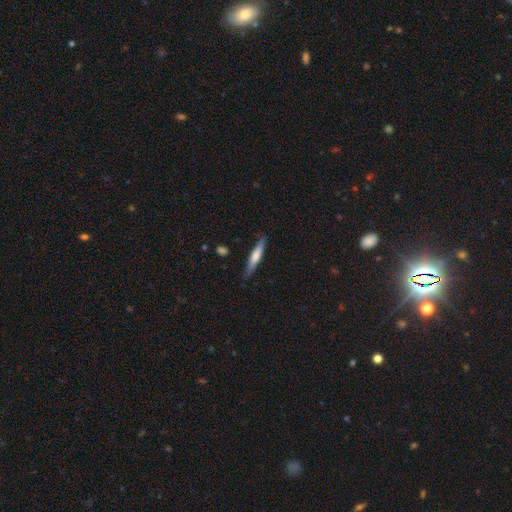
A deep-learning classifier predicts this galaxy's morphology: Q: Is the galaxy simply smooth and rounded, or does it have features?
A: smooth — 62%.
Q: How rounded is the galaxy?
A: cigar-shaped — 91%.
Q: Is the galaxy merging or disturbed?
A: none — 84%.